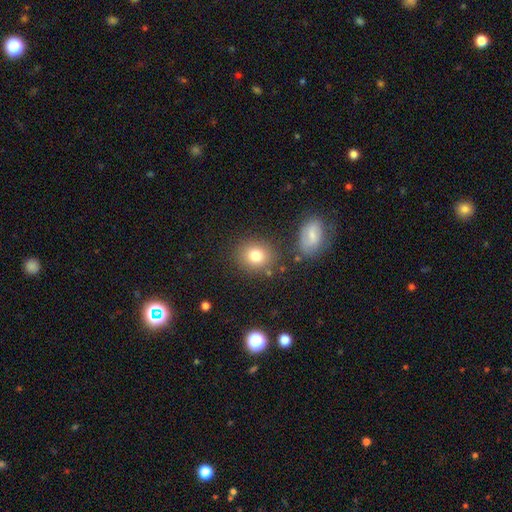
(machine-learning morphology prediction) Smooth or featured?
  - smooth: 81% *
  - star or artifact: 10%
  - featured or disk: 9%
How rounded?
  - round: 71% *
  - in between: 28%
  - cigar-shaped: 1%
Merging?
  - none: 79% *
  - minor disturbance: 11%
  - merger: 7%
  - major disturbance: 4%